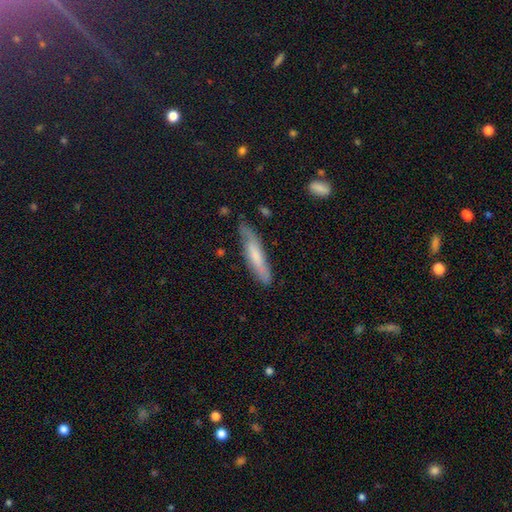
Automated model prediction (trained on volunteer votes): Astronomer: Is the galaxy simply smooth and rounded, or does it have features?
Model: smooth — 57% (runner-up: featured or disk, 37%).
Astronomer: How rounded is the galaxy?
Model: cigar-shaped — 84%.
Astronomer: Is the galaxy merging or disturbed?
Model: none — 71%.